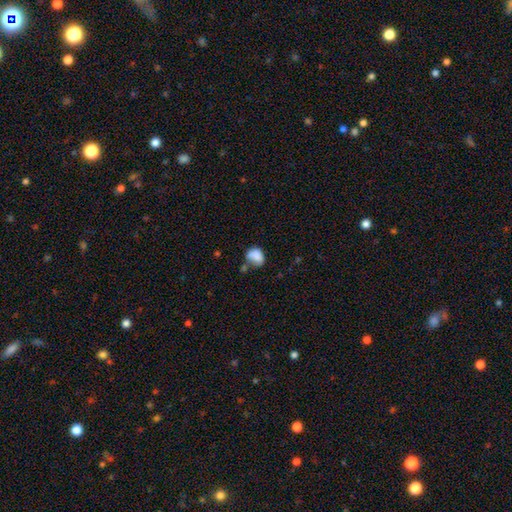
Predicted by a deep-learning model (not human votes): Smooth or featured?
  - smooth: 81% *
  - featured or disk: 10%
  - star or artifact: 9%
How rounded?
  - in between: 62% *
  - round: 37%
  - cigar-shaped: 1%
Merging?
  - none: 40% *
  - minor disturbance: 29%
  - merger: 19%
  - major disturbance: 12%